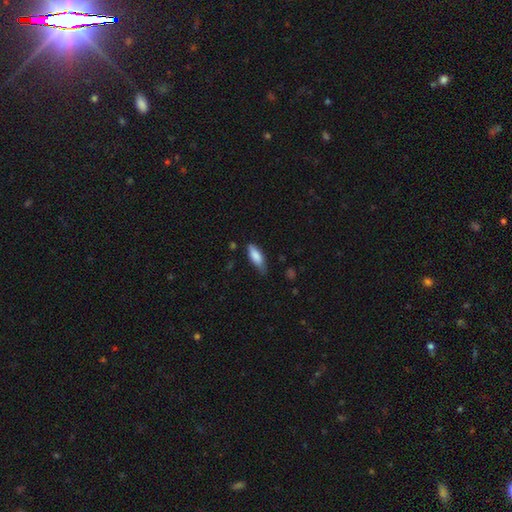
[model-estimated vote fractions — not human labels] Q: Smooth or featured?
A: smooth (83%); runner-up: featured or disk (11%)
Q: How rounded?
A: in between (66%); runner-up: cigar-shaped (32%)
Q: Merging?
A: none (62%); runner-up: minor disturbance (30%)